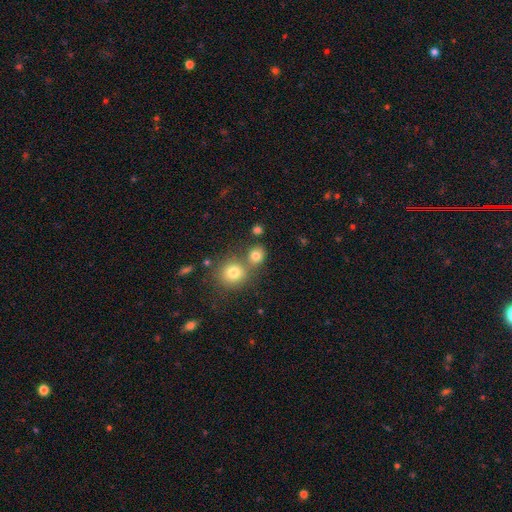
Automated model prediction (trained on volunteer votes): A smooth galaxy with no disk features (78%) that is round (74%).

Vote fractions:
- Smooth or featured? smooth: 78% / star or artifact: 14% / featured or disk: 8%
- How rounded? round: 74% / in between: 25% / cigar-shaped: 1%
- Merging? none: 59% / merger: 29% / minor disturbance: 8% / major disturbance: 3%